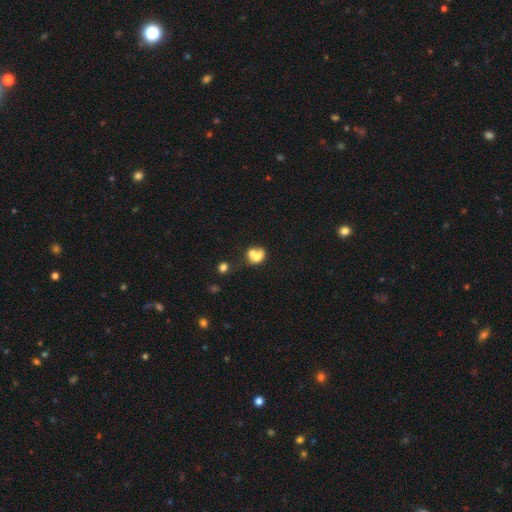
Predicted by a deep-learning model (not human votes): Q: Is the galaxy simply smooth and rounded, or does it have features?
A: smooth — 65%.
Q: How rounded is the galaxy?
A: in between — 55%.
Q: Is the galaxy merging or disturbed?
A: merger — 57%.